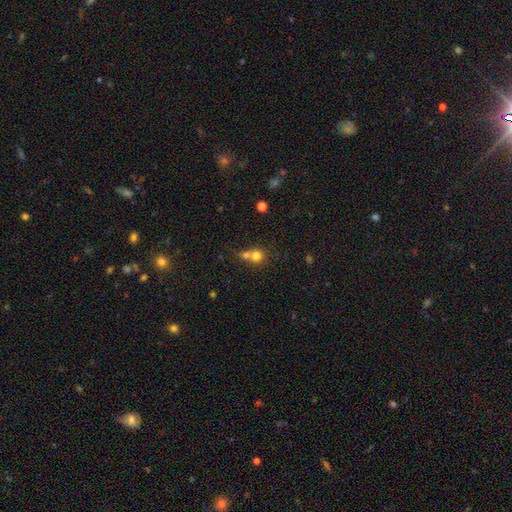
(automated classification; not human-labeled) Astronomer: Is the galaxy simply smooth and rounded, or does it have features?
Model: smooth — 75%.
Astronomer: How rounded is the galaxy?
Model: round — 83%.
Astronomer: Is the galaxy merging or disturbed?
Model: merger — 56% (runner-up: none, 33%).